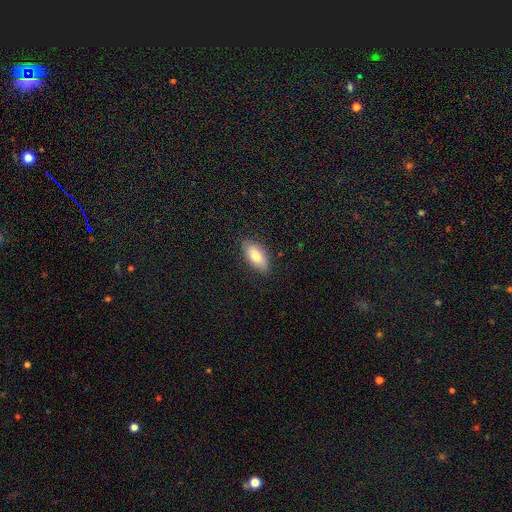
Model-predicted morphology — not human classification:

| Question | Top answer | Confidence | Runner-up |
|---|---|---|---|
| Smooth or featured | smooth | 78% | featured or disk (15%) |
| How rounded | in between | 89% | cigar-shaped (8%) |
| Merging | none | 84% | minor disturbance (13%) |